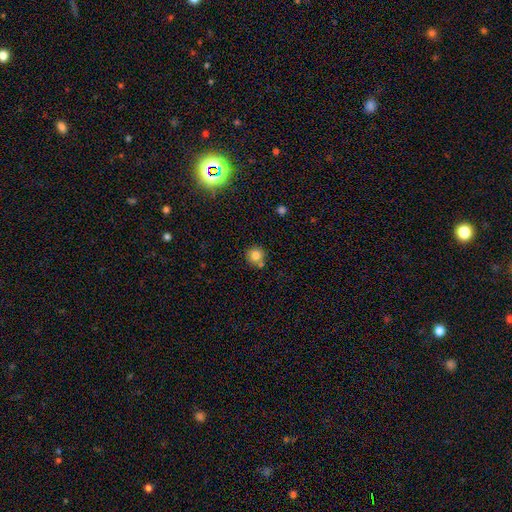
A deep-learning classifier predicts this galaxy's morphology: Smooth or featured? Predicted: smooth (p=0.81). How rounded? Predicted: round (p=0.93). Merging? Predicted: none (p=0.73).